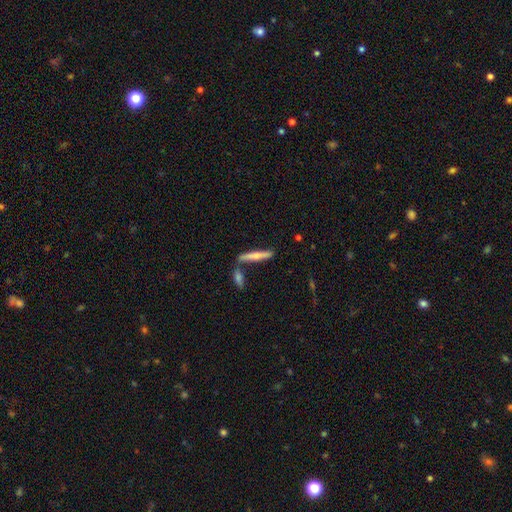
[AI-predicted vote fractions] Overall: smooth (60%; featured or disk 34%). How rounded: cigar-shaped (91%). Merging: none (66%).